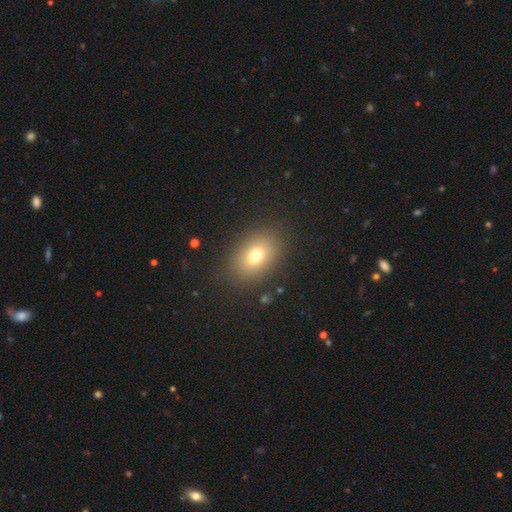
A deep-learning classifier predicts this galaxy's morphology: smooth 74%, star or artifact 13%, featured or disk 13%. Down the decision tree: how rounded — in between (77%); merging — none (87%).